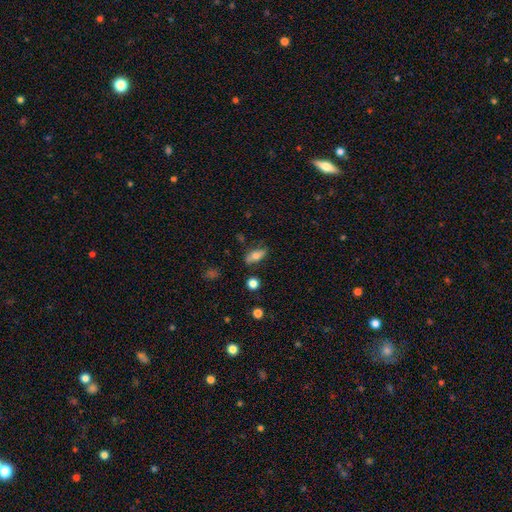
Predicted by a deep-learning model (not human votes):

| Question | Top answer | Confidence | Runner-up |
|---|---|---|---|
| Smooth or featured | smooth | 70% | featured or disk (22%) |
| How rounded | in between | 78% | cigar-shaped (17%) |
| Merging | none | 75% | minor disturbance (18%) |